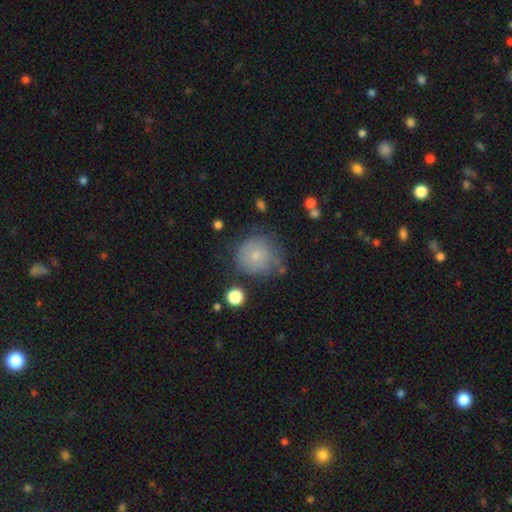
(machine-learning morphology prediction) smooth 72%, featured or disk 18%, star or artifact 10%. Down the decision tree: how rounded — round (91%); merging — none (65%).